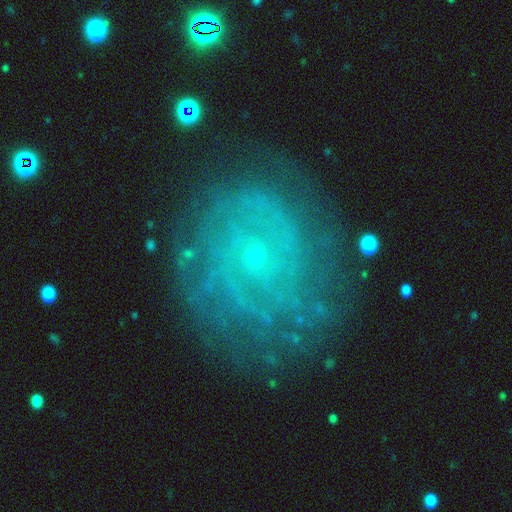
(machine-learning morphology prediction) type=featured or disk (77%); edge-on=no (98%); bar=no (77%); spiral arms=yes (92%); winding=tight (68%); arm count=can't tell (41%); bulge=small (85%); merging=none (78%).